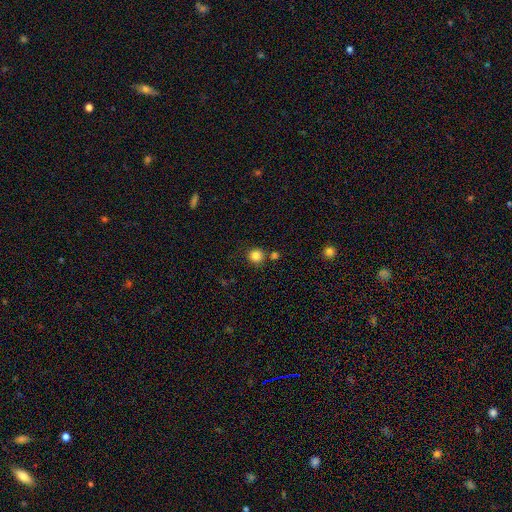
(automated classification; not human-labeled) smooth_or_featured: smooth (p=0.84) [alt: star or artifact p=0.11]
how_rounded: round (p=0.92) [alt: in between p=0.07]
merging: none (p=0.78) [alt: merger p=0.10]